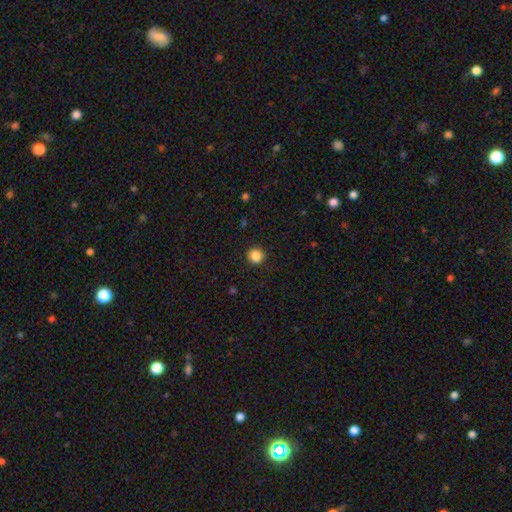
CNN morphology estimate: Overall: smooth (87%). How rounded: round (90%). Merging: none (91%).